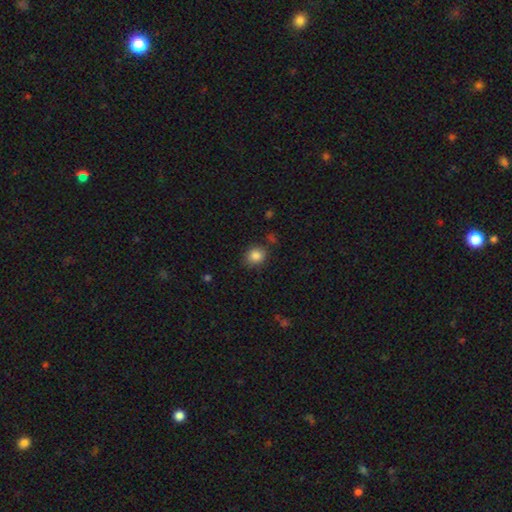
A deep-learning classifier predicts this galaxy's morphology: smooth 85%, star or artifact 10%, featured or disk 5%. Down the decision tree: how rounded — round (70%); merging — none (80%).